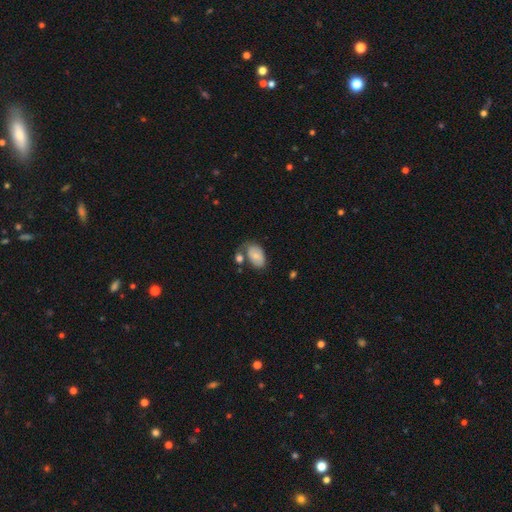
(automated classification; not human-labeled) The model was most divided on "merging": none: 46%, minor disturbance: 25%, merger: 19%, major disturbance: 10%. More confident: how rounded — in between (90%); smooth or featured — smooth (70%).